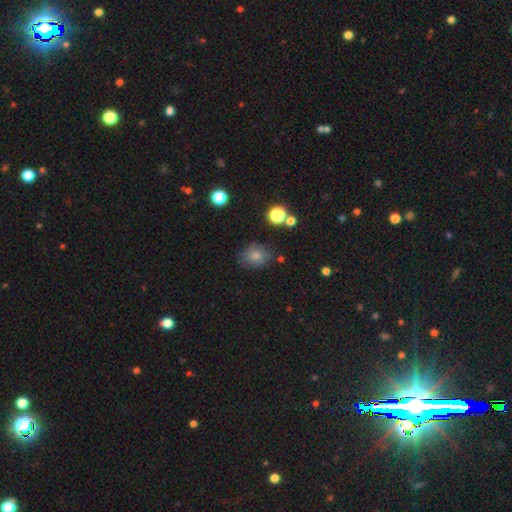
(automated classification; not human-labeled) A smooth galaxy with no disk features (77%) that is round (58%). Merging: none (74%).